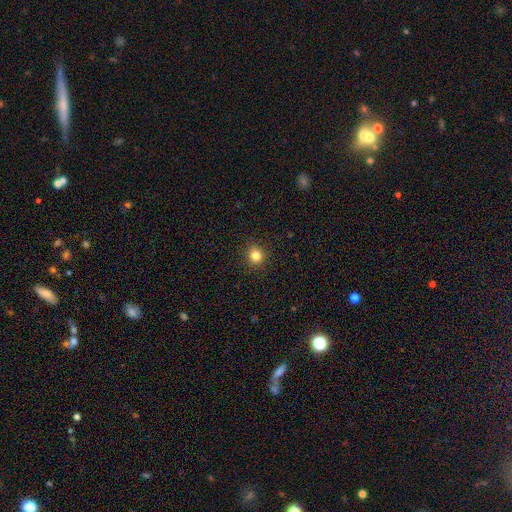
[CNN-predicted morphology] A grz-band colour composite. It shows a smooth galaxy with no disk features (83%) that is round (84%). Merging: none (90%).